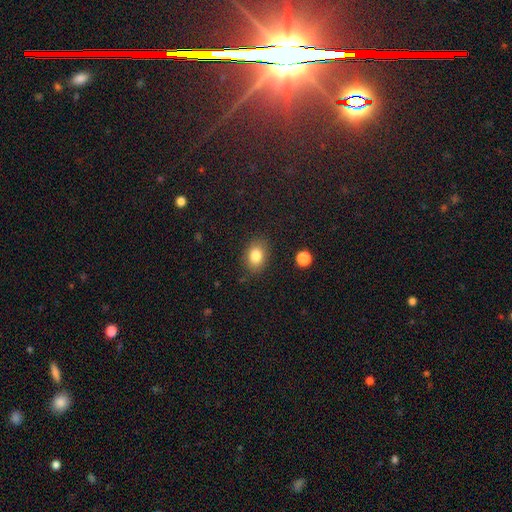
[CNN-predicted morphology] A smooth galaxy with no disk features (82%) that is in between round and cigar-shaped (66%).

Vote fractions:
- Smooth or featured? smooth: 82% / star or artifact: 10% / featured or disk: 8%
- How rounded? in between: 66% / round: 33% / cigar-shaped: 1%
- Merging? none: 85% / minor disturbance: 11% / major disturbance: 3% / merger: 2%